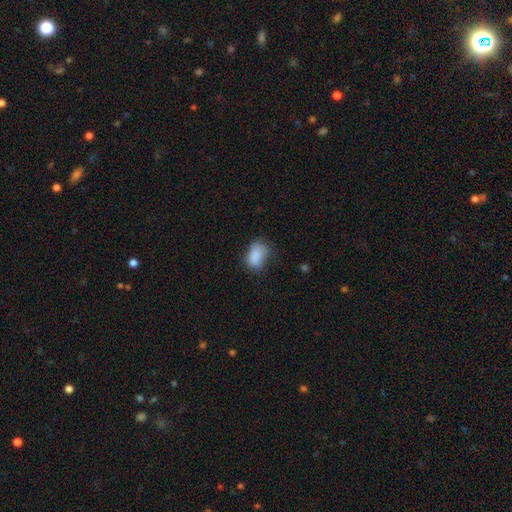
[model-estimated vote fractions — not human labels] smooth-or-featured: smooth: 84% | star or artifact: 9% | featured or disk: 7%
  how-rounded: in between: 82% | round: 17% | cigar-shaped: 1%
  merging: none: 53% | minor disturbance: 32% | major disturbance: 12% | merger: 2%